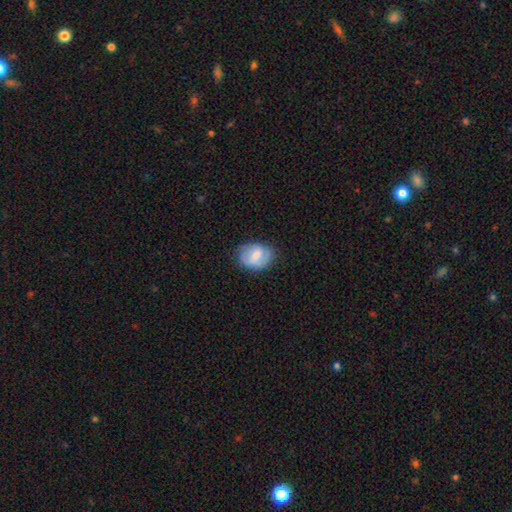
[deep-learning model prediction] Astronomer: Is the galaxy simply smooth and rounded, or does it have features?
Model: featured or disk — 53% (runner-up: smooth, 41%).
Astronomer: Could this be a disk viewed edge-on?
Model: no — 96%.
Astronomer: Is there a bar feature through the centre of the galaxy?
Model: weak — 52% (runner-up: strong, 28%).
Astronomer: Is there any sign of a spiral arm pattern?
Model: yes — 73%.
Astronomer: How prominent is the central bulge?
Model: moderate — 50% (runner-up: small, 34%).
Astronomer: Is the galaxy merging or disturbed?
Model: none — 71%.